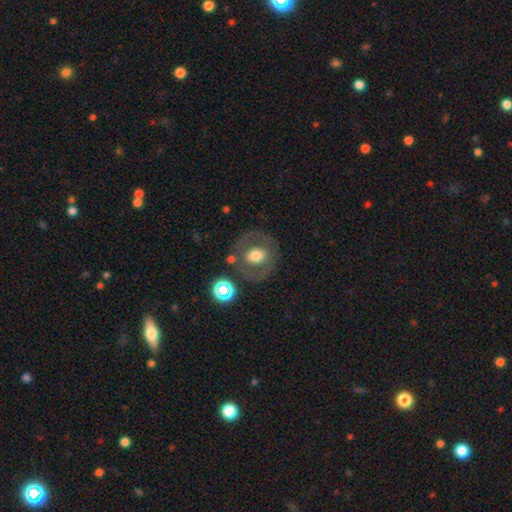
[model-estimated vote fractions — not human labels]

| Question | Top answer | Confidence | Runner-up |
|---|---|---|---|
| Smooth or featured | smooth | 53% | featured or disk (37%) |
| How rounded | round | 79% | in between (20%) |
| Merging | none | 74% | minor disturbance (12%) |